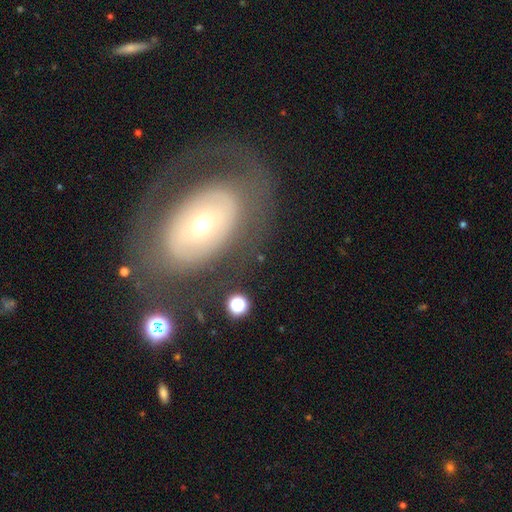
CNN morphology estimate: Overall: featured or disk (56%; smooth 36%). Edge-on disk: no (92%). Bar: no (81%). Spiral arms: no (74%). Bulge size: small (57%; moderate 34%). Merging: none (68%).